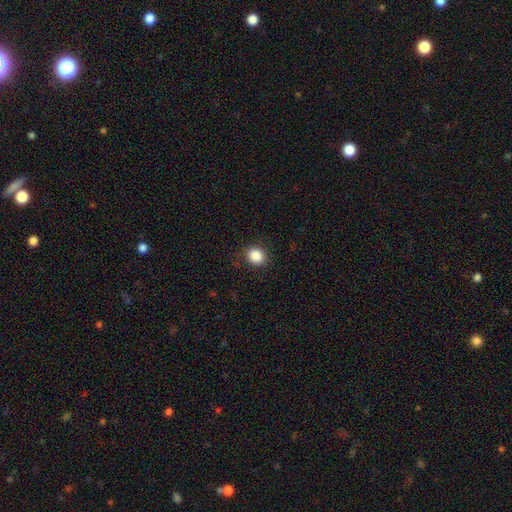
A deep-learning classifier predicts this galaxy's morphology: This is clearly a smooth galaxy (88%). How rounded: likely round (76%). Merging: clearly none (87%).